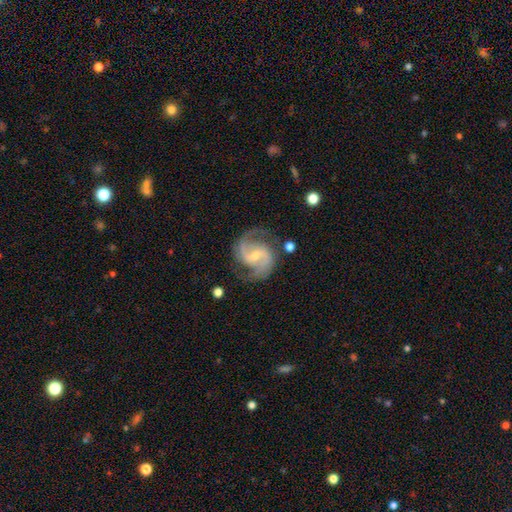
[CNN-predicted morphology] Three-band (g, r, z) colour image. It shows a featured or disk galaxy (91%) with a weak bar (51%), 2 (89%) medium (62%) spiral arms (98%) and a small central bulge (62%). Merging: none (76%).